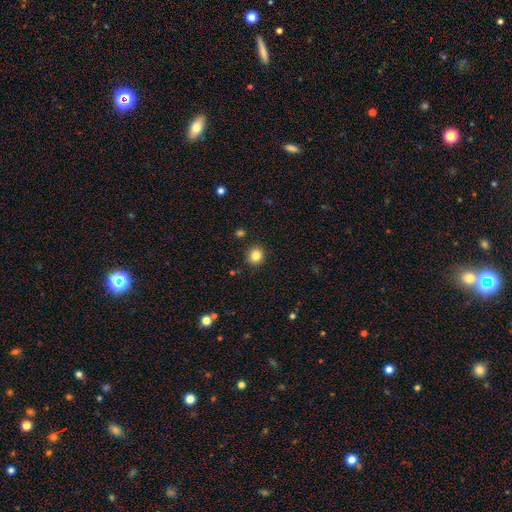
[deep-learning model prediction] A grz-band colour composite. It shows a smooth galaxy with no disk features (83%) that is round (88%). Merging: none (90%).